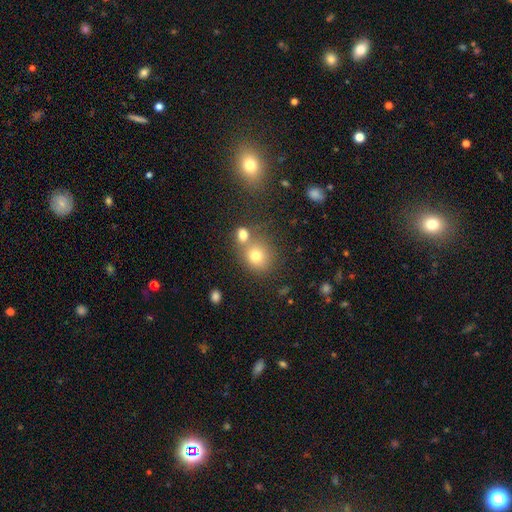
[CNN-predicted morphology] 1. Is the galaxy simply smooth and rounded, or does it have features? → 75% smooth, 14% star or artifact, 11% featured or disk.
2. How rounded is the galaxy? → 77% round, 22% in between, 1% cigar-shaped.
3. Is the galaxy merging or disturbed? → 55% none, 31% merger, 10% minor disturbance, 4% major disturbance.